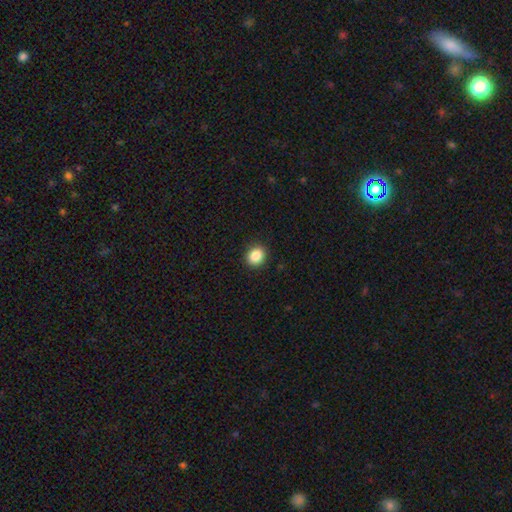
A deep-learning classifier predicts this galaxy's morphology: smooth 87%, star or artifact 9%, featured or disk 4%. Down the decision tree: how rounded — round (66%); merging — none (91%).